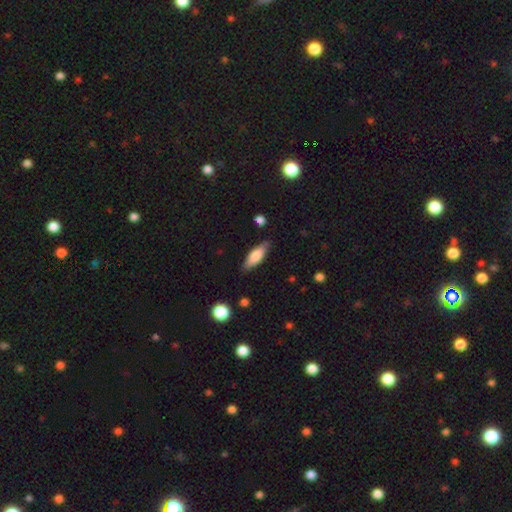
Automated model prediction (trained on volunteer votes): smooth 72%, featured or disk 22%, star or artifact 6%. Down the decision tree: how rounded — in between (56%); merging — none (82%).